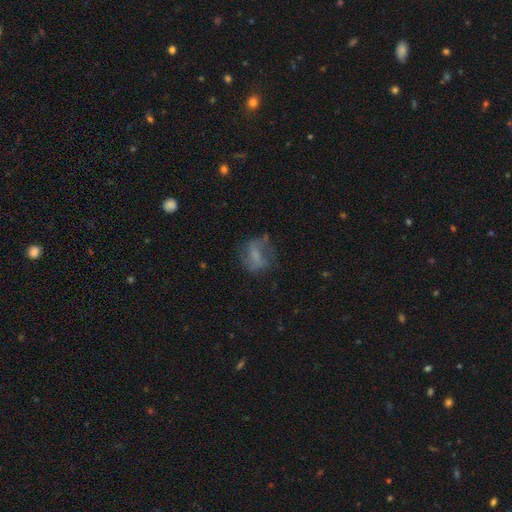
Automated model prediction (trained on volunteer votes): A smooth galaxy with no disk features (46%).

Vote fractions:
- Smooth or featured? smooth: 46% / featured or disk: 42% / star or artifact: 12%
- Merging? none: 55% / minor disturbance: 23% / major disturbance: 20% / merger: 3%